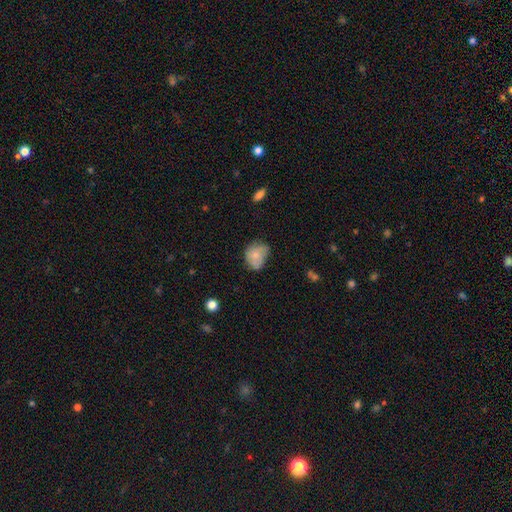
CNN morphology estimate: Smooth or featured: smooth — 67% (featured or disk — 24%)
How rounded: in between — 52% (round — 47%)
Merging: none — 45% (minor disturbance — 38%)